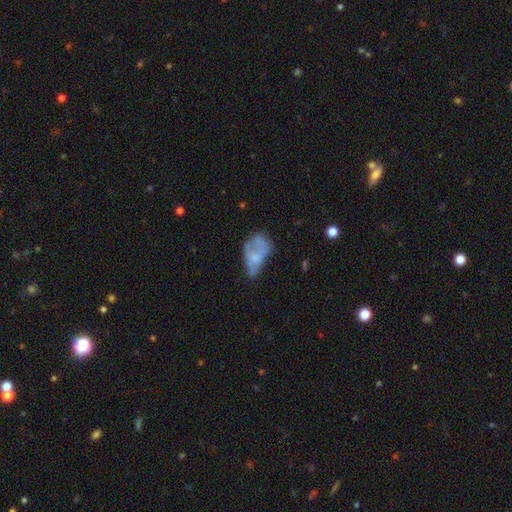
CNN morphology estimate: Smooth or featured?
  - smooth: 46% *
  - featured or disk: 42%
  - star or artifact: 11%
Merging?
  - none: 31% *
  - major disturbance: 28%
  - minor disturbance: 25%
  - merger: 16%